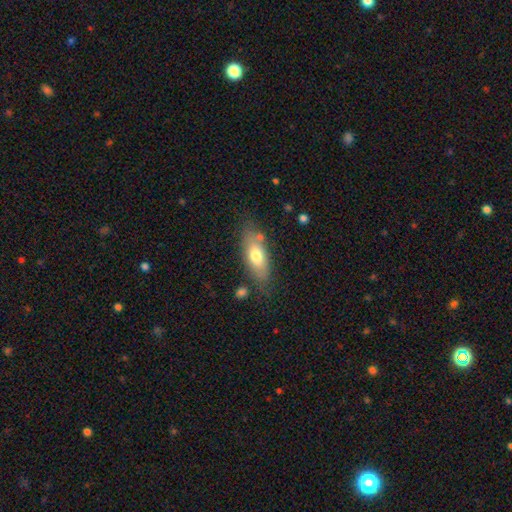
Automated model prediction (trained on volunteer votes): Smooth or featured? Predicted: smooth (p=0.69). How rounded? Predicted: in between (p=0.78). Merging? Predicted: none (p=0.72).